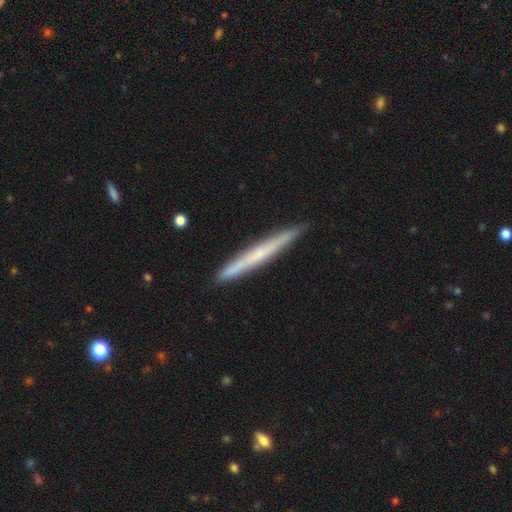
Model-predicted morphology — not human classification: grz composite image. It shows a featured or disk galaxy (50%) viewed edge-on (96%). Merging: none (91%).